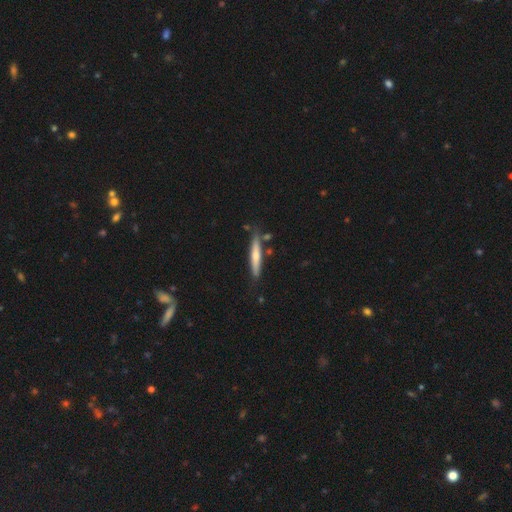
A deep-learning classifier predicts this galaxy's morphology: Smooth or featured? Predicted: smooth (p=0.58). How rounded? Predicted: cigar-shaped (p=0.92). Merging? Predicted: none (p=0.78).